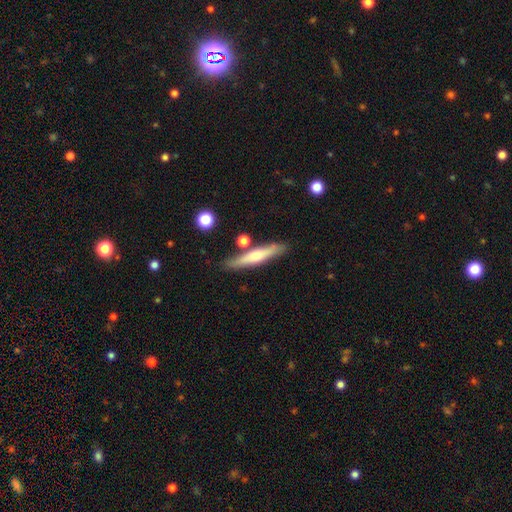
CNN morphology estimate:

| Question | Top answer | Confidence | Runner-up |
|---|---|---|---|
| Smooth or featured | featured or disk | 48% | smooth (46%) |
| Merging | none | 81% | minor disturbance (11%) |